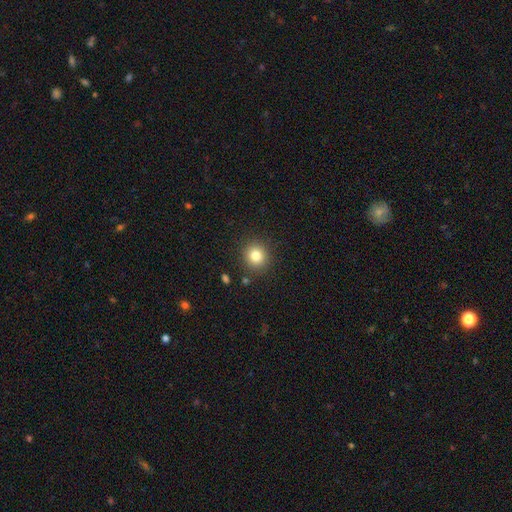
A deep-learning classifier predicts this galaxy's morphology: Q: Smooth or featured?
A: smooth (82%); runner-up: star or artifact (11%)
Q: How rounded?
A: round (88%); runner-up: in between (11%)
Q: Merging?
A: none (88%); runner-up: minor disturbance (8%)